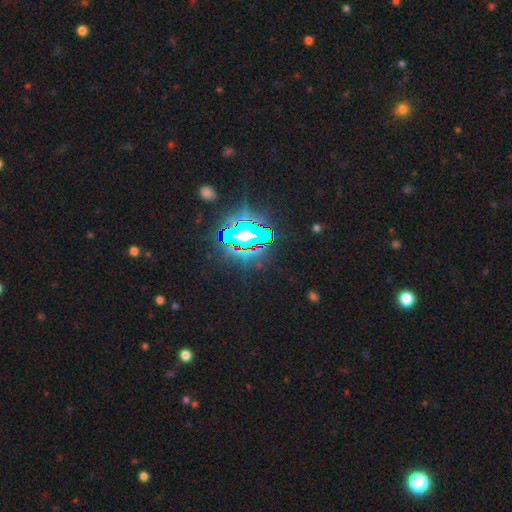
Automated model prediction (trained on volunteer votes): Smooth or featured?
  - star or artifact: 85% *
  - smooth: 8%
  - featured or disk: 6%